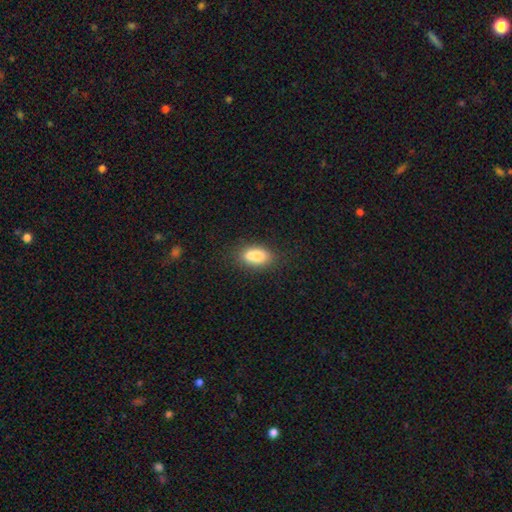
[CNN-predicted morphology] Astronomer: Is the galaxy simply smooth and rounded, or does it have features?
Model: smooth — 74%.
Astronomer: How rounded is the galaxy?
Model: in between — 83%.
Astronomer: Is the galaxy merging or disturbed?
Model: none — 50% (runner-up: merger, 30%).